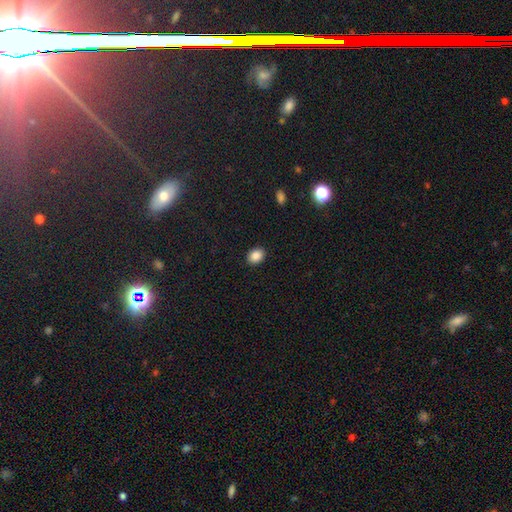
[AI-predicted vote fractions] smooth-or-featured: smooth: 87% | star or artifact: 9% | featured or disk: 4%
  how-rounded: in between: 64% | round: 35% | cigar-shaped: 1%
  merging: none: 91% | minor disturbance: 7% | major disturbance: 2% | merger: 1%